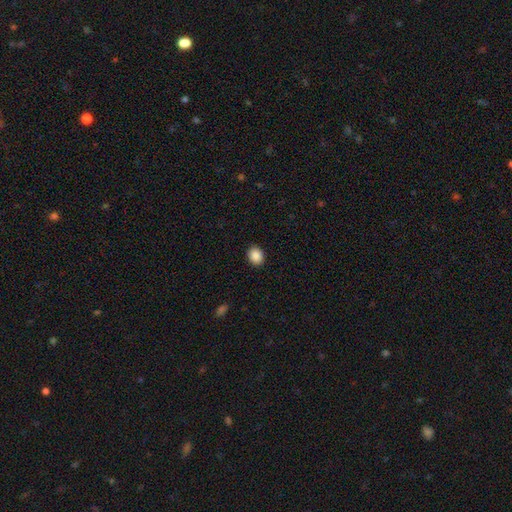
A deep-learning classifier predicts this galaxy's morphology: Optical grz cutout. It shows a smooth galaxy with no disk features (89%) that is in between round and cigar-shaped (51%). Merging: none (91%).